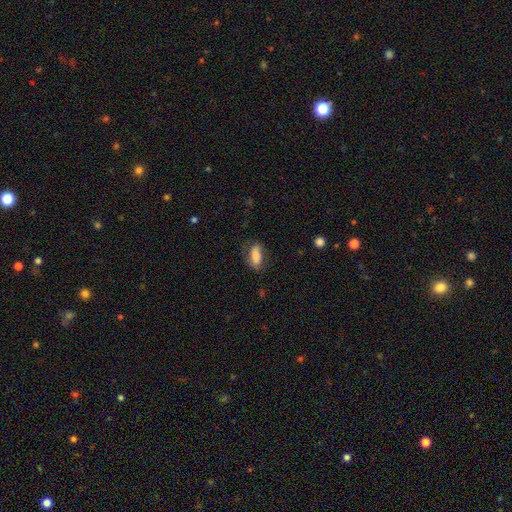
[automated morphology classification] A smooth galaxy with no disk features (75%) that is in between round and cigar-shaped (82%). Merging: none (65%).